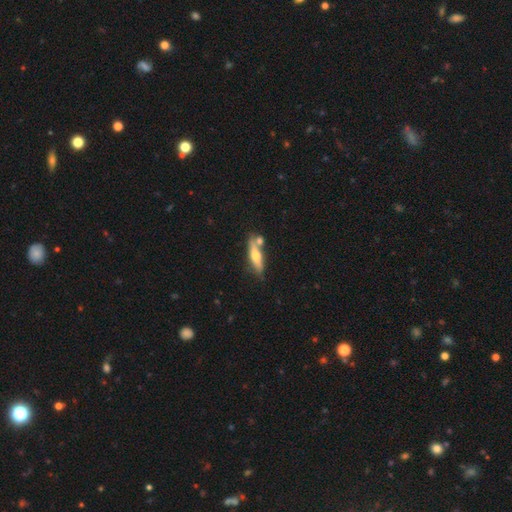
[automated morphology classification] Smooth or featured? Predicted: featured or disk (p=0.48). Merging? Predicted: none (p=0.63).